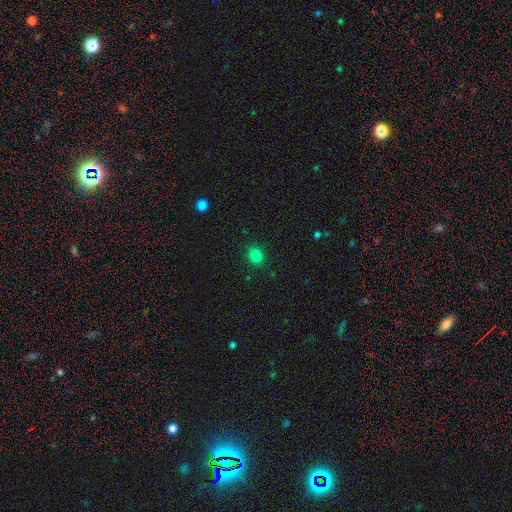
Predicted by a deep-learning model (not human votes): Overall: smooth (82%). How rounded: round (74%). Merging: none (88%).